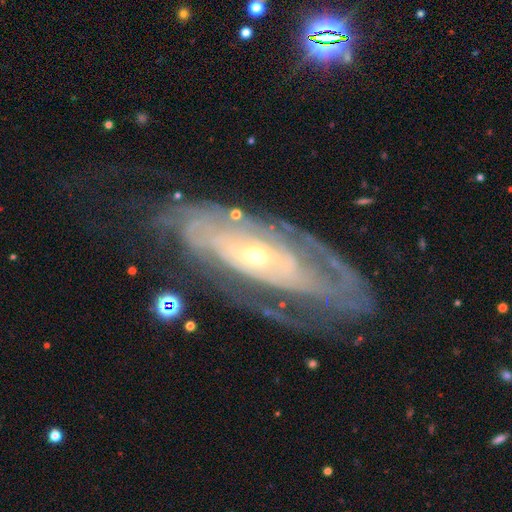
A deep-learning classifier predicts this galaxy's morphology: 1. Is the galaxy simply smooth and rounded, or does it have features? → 83% featured or disk, 11% smooth, 7% star or artifact.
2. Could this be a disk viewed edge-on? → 87% no, 13% yes.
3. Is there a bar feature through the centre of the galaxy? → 63% no, 24% weak, 13% strong.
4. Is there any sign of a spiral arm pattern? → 81% yes, 19% no.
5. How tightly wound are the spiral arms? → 67% tight, 25% medium, 9% loose.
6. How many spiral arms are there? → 54% can't tell, 22% 2, 8% 3, 6% 1, 5% 4, 5% more than 4.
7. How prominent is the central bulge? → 74% small, 22% moderate, 2% large, 1% none, 1% dominant.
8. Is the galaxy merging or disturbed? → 58% none, 20% minor disturbance, 19% major disturbance, 2% merger.